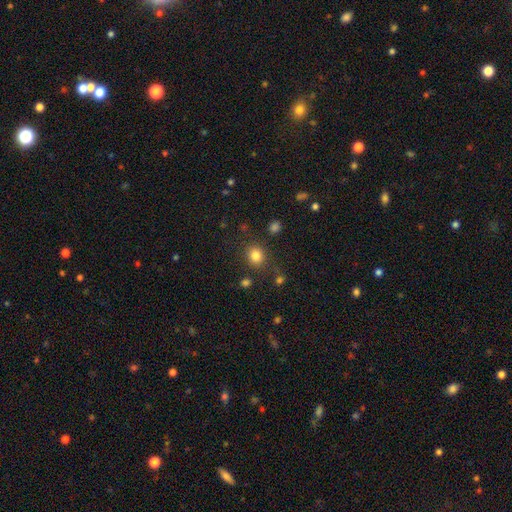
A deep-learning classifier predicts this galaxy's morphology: smooth_or_featured: smooth (p=0.82) [alt: star or artifact p=0.12]
how_rounded: round (p=0.79) [alt: in between p=0.20]
merging: none (p=0.83) [alt: minor disturbance p=0.10]